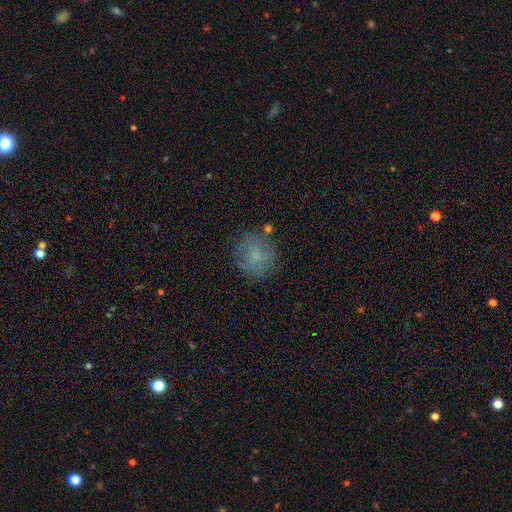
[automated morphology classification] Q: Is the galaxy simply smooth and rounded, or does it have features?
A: smooth — 59%.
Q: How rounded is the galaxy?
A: round — 86%.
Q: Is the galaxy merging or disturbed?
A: none — 73%.